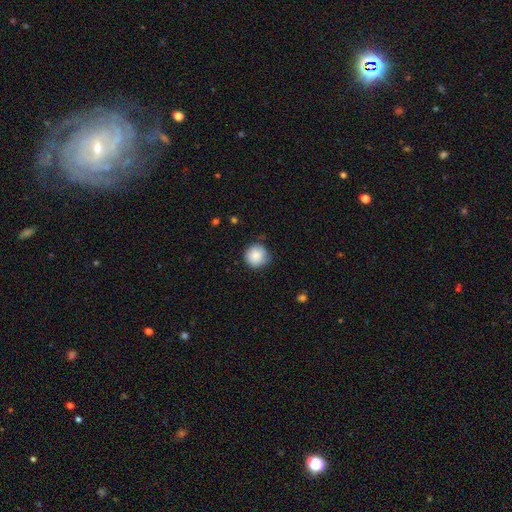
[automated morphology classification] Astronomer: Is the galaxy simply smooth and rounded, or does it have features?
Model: smooth — 86%.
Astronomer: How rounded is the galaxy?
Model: round — 94%.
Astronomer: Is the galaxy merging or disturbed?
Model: none — 76%.